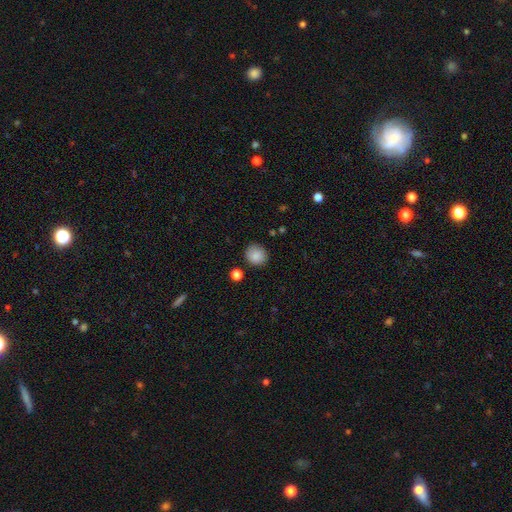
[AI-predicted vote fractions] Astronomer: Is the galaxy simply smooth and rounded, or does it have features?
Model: smooth — 86%.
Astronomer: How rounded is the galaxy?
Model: round — 87%.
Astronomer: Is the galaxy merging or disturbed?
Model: none — 87%.